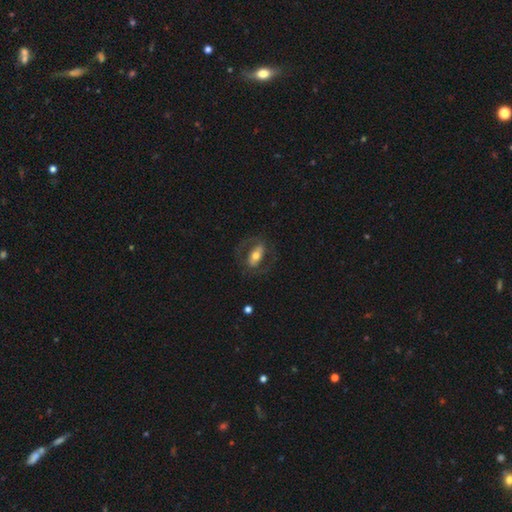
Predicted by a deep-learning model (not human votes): Morphology: type=featured or disk (59%); edge-on=no (89%); bar=strong (48%); spiral arms=yes (58%); bulge=moderate (63%); merging=none (68%).